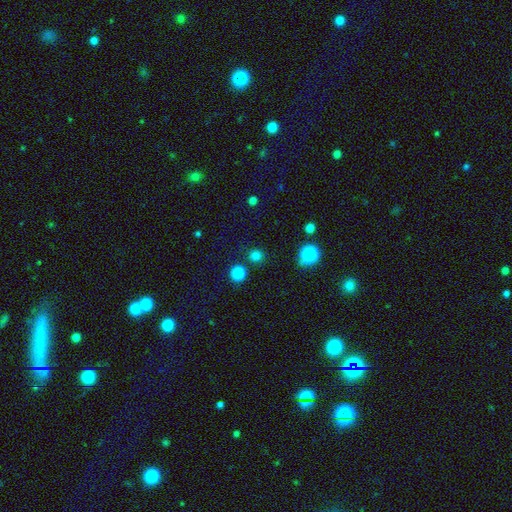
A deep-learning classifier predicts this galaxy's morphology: Smooth or featured? smooth (78%)
How rounded? round (91%)
Merging? none (84%)